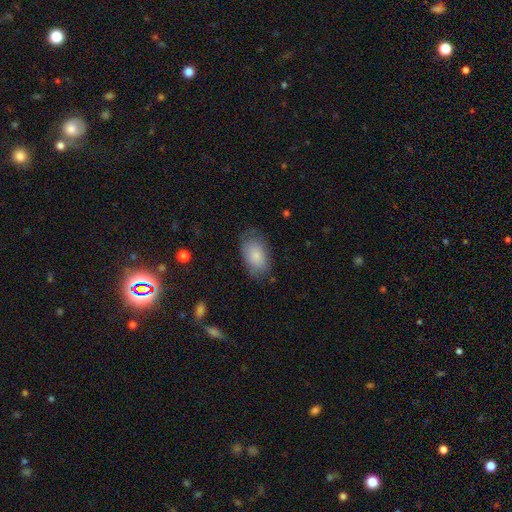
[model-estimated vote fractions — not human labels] Morphology: type=smooth (85%); roundness=in between (92%); merging=none (72%).